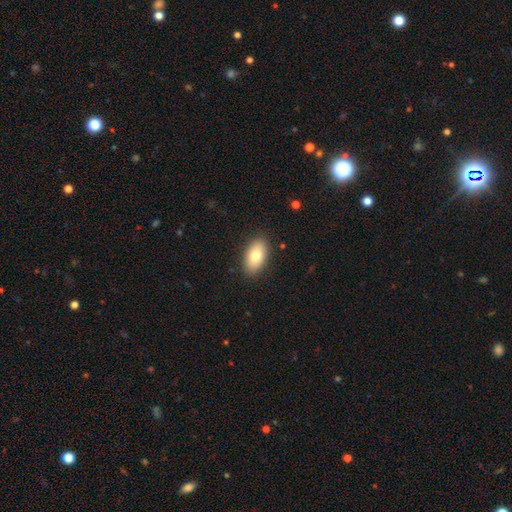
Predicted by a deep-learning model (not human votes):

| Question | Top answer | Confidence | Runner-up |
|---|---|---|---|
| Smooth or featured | smooth | 78% | featured or disk (15%) |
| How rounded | in between | 93% | round (5%) |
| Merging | none | 87% | minor disturbance (9%) |